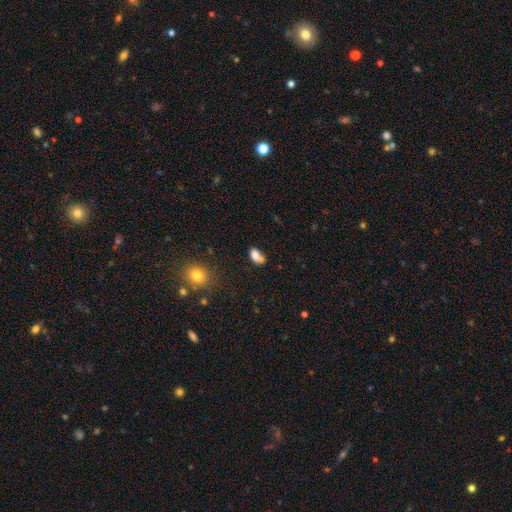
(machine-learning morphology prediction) smooth-or-featured: smooth: 80% | star or artifact: 10% | featured or disk: 10%
  how-rounded: in between: 87% | round: 10% | cigar-shaped: 3%
  merging: none: 42% | minor disturbance: 24% | merger: 24% | major disturbance: 9%